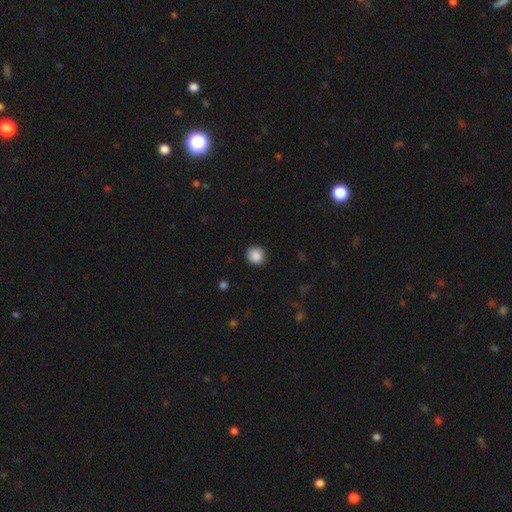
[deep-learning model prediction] Smooth or featured? Predicted: smooth (p=0.88). How rounded? Predicted: round (p=0.90). Merging? Predicted: none (p=0.90).